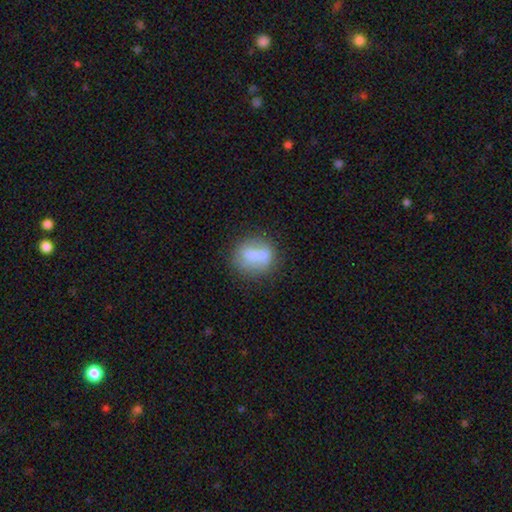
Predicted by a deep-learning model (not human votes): Q: Smooth or featured?
A: smooth (61%); runner-up: featured or disk (30%)
Q: How rounded?
A: round (52%); runner-up: in between (40%)
Q: Merging?
A: none (64%); runner-up: minor disturbance (20%)